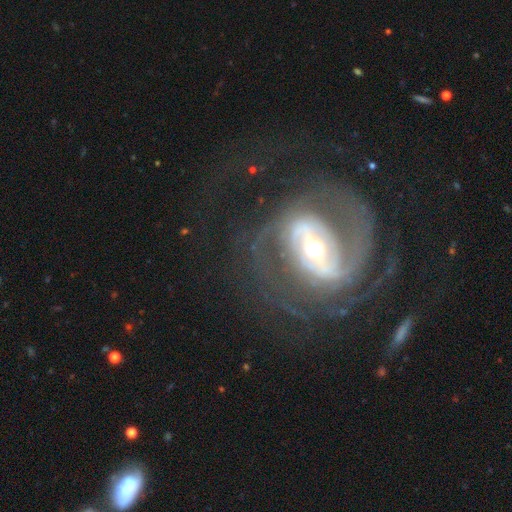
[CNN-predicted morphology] Smooth or featured?
  - featured or disk: 88% *
  - smooth: 6%
  - star or artifact: 6%
Edge-on disk?
  - no: 97% *
  - yes: 3%
Bar?
  - strong: 46% *
  - weak: 33%
  - no: 21%
Spiral arms?
  - yes: 93% *
  - no: 7%
Spiral winding?
  - medium: 45% *
  - tight: 37%
  - loose: 18%
Spiral arm count?
  - 2: 70% *
  - can't tell: 11%
  - 3: 7%
  - 1: 6%
  - 4: 3%
  - more than 4: 3%
Bulge size?
  - moderate: 52% *
  - small: 38%
  - large: 8%
  - dominant: 1%
  - none: 1%
Merging?
  - none: 58% *
  - major disturbance: 24%
  - minor disturbance: 15%
  - merger: 3%